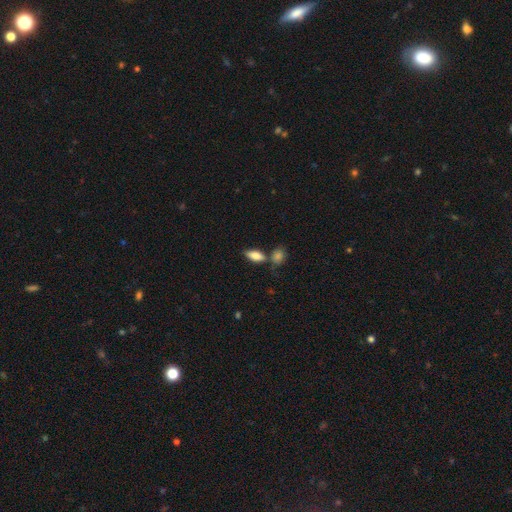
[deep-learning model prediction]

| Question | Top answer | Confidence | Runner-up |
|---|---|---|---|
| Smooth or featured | smooth | 80% | featured or disk (13%) |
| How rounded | in between | 83% | cigar-shaped (14%) |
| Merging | none | 64% | merger (18%) |